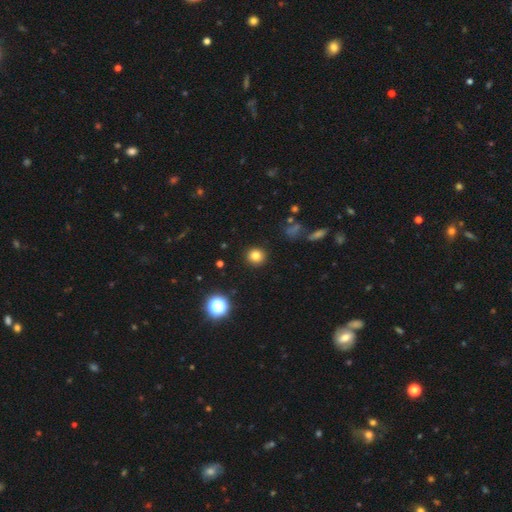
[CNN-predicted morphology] A smooth galaxy with no disk features (80%) that is round (90%). Merging: none (91%).